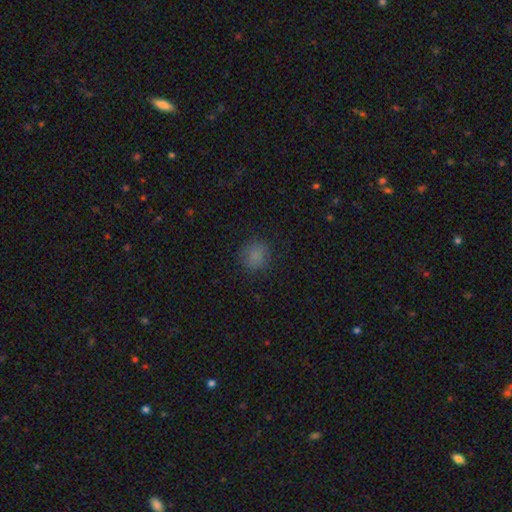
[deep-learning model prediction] Smooth or featured: smooth — 82% (star or artifact — 13%)
How rounded: round — 84% (in between — 15%)
Merging: none — 85% (minor disturbance — 11%)